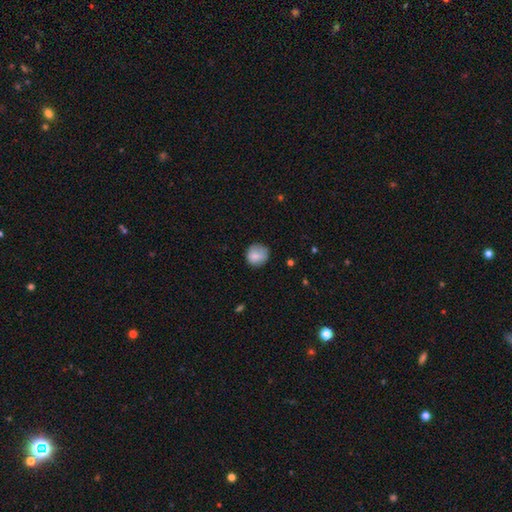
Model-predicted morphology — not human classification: Smooth or featured: smooth — 83% (featured or disk — 9%)
How rounded: round — 88% (in between — 11%)
Merging: none — 75% (minor disturbance — 19%)